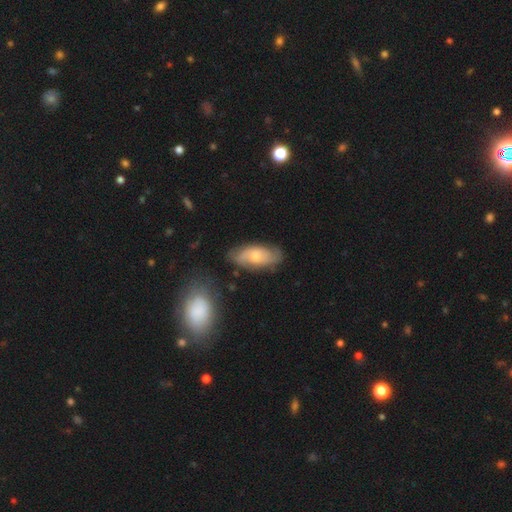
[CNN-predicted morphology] The model was most divided on "bulge size": small: 49%, moderate: 45%, large: 3%, none: 2%, dominant: 1%. More confident: edge-on disk — no (90%); spiral arms — yes (83%); merging — none (72%); bar — no (66%); smooth or featured — featured or disk (57%).